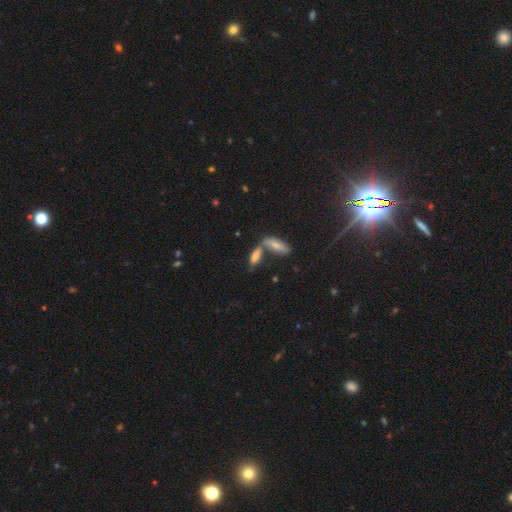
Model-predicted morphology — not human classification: smooth-or-featured: smooth: 62% | featured or disk: 25% | star or artifact: 13%
  how-rounded: in between: 54% | cigar-shaped: 43% | round: 4%
  merging: merger: 46% | none: 40% | minor disturbance: 9% | major disturbance: 4%